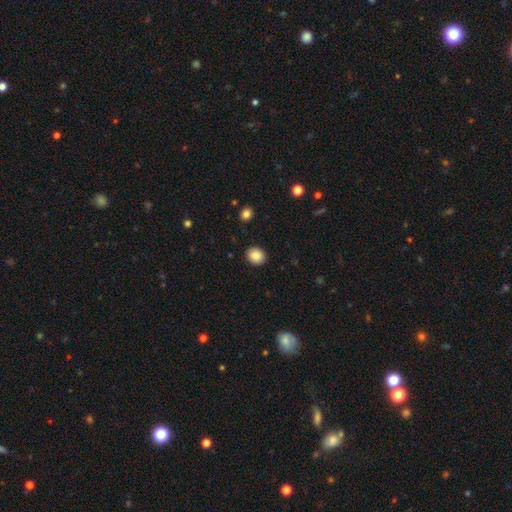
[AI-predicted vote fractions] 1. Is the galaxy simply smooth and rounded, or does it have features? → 87% smooth, 8% star or artifact, 5% featured or disk.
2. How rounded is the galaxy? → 69% round, 30% in between, 1% cigar-shaped.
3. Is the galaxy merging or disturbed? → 91% none, 6% minor disturbance, 2% major disturbance, 1% merger.